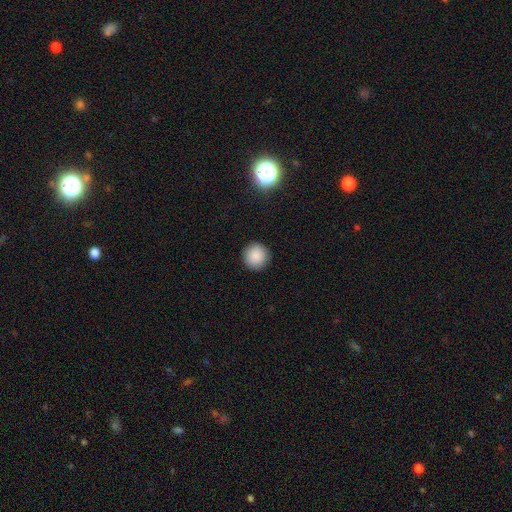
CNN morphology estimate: Overall: smooth (88%). How rounded: round (95%). Merging: none (92%).